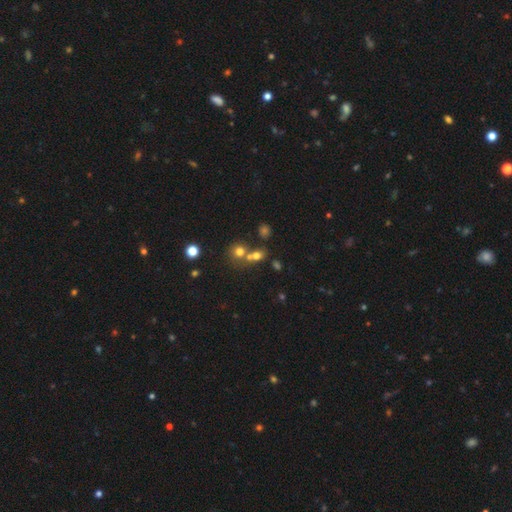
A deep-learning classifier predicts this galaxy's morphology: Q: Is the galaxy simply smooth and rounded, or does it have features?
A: smooth — 67%.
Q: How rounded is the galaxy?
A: round — 66%.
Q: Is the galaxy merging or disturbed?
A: merger — 44%.